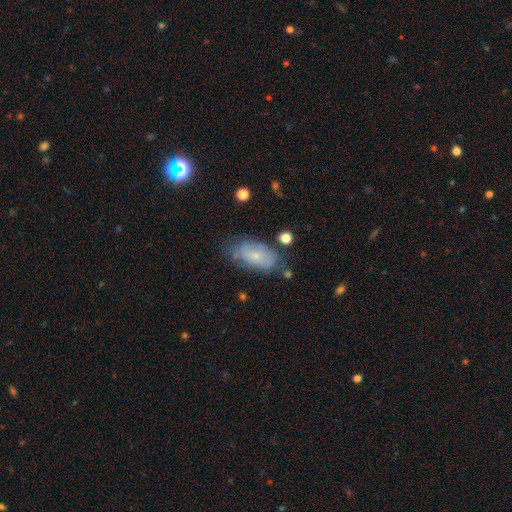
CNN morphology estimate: The model was most divided on "smooth or featured": smooth: 62%, featured or disk: 29%, star or artifact: 8%. More confident: how rounded — in between (91%); merging — none (63%).